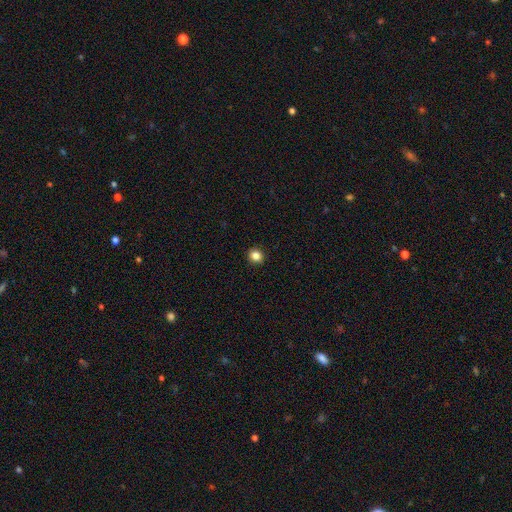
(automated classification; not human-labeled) A smooth galaxy with no disk features (84%) that is round (88%). Merging: none (93%).